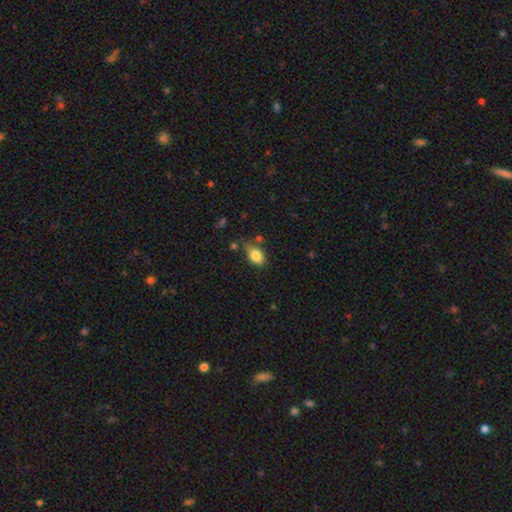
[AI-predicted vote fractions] The model was most divided on "merging": none: 68%, minor disturbance: 21%, merger: 6%, major disturbance: 5%. More confident: how rounded — in between (86%); smooth or featured — smooth (83%).